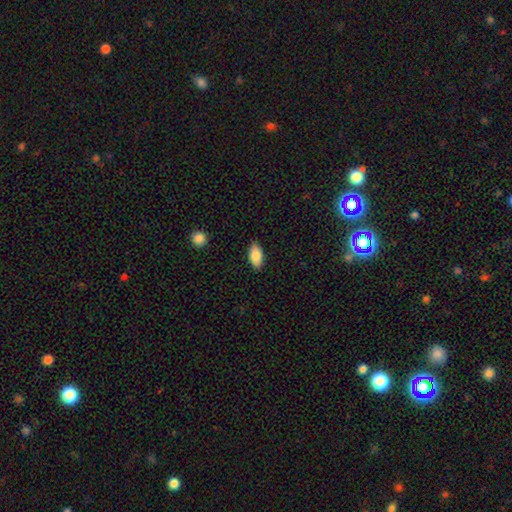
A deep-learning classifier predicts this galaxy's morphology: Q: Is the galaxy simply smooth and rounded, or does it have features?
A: smooth — 83%.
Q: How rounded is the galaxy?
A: in between — 92%.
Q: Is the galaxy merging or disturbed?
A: none — 86%.